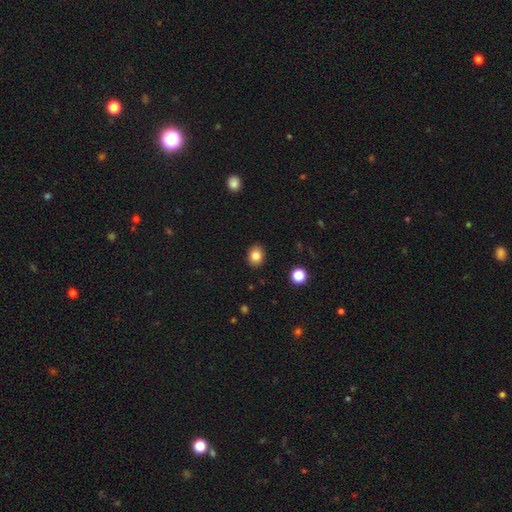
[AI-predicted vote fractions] Overall: smooth (84%). How rounded: round (54%; in between 46%). Merging: none (90%).